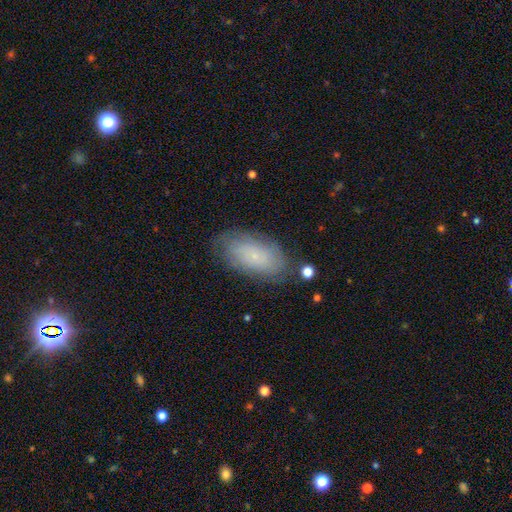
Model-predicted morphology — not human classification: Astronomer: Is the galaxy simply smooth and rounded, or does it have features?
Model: smooth — 59%.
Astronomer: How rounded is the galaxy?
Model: in between — 91%.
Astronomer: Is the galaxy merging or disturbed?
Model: none — 81%.